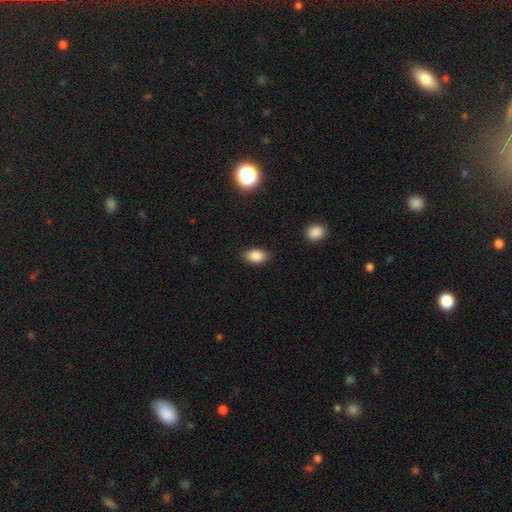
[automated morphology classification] This is clearly a smooth galaxy (86%). How rounded: clearly in between (90%). Merging: clearly none (86%).